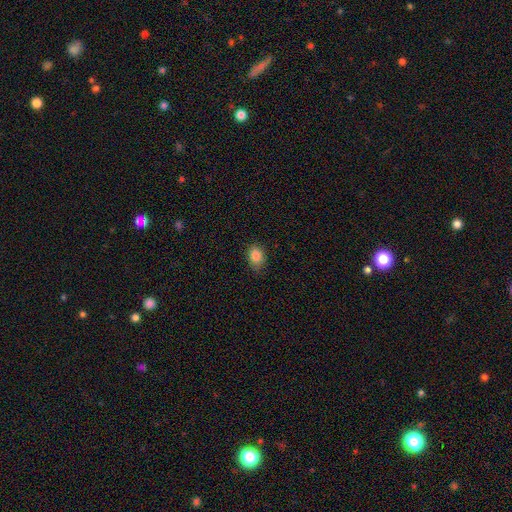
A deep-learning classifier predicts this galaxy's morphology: smooth_or_featured: smooth (p=0.85) [alt: star or artifact p=0.09]
how_rounded: in between (p=0.73) [alt: round p=0.26]
merging: none (p=0.77) [alt: minor disturbance p=0.19]